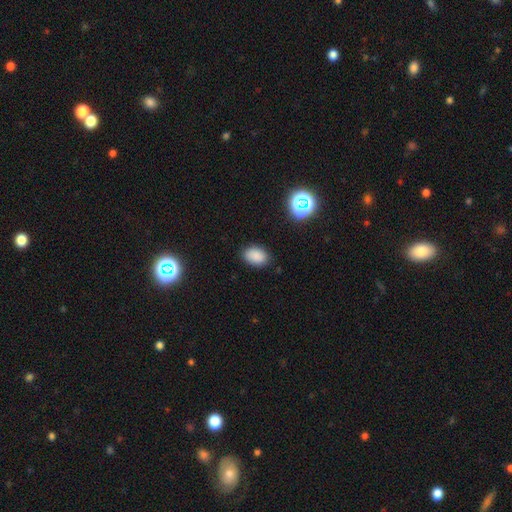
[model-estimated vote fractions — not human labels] A smooth galaxy with no disk features (85%) that is in between round and cigar-shaped (84%).

Vote fractions:
- Smooth or featured? smooth: 85% / star or artifact: 11% / featured or disk: 4%
- How rounded? in between: 84% / round: 15% / cigar-shaped: 1%
- Merging? none: 85% / minor disturbance: 11% / major disturbance: 3% / merger: 1%